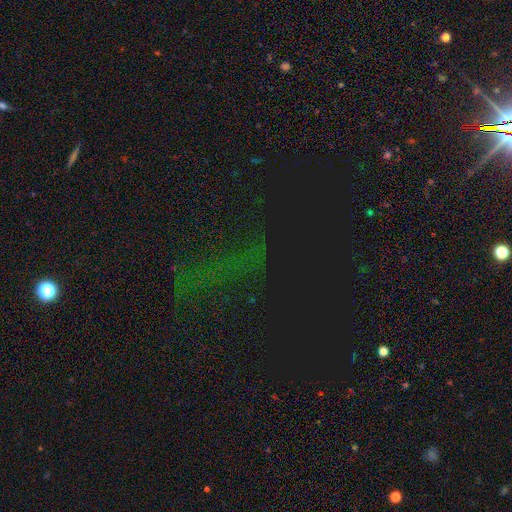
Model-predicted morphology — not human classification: The model was most divided on "smooth or featured": star or artifact: 76%, smooth: 15%, featured or disk: 9%.